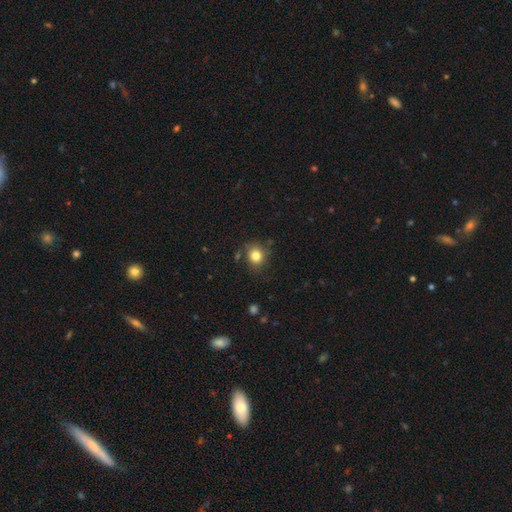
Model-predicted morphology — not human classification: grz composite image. It shows a smooth galaxy with no disk features (82%) that is round (80%). Merging: none (79%).